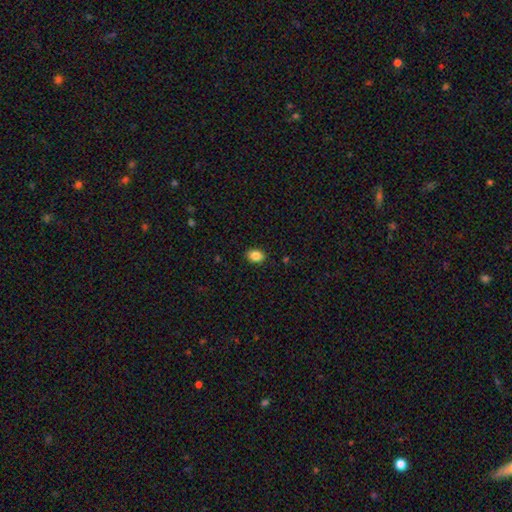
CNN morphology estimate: This is clearly a smooth galaxy (85%). How rounded: likely in between (73%). Merging: clearly none (89%).